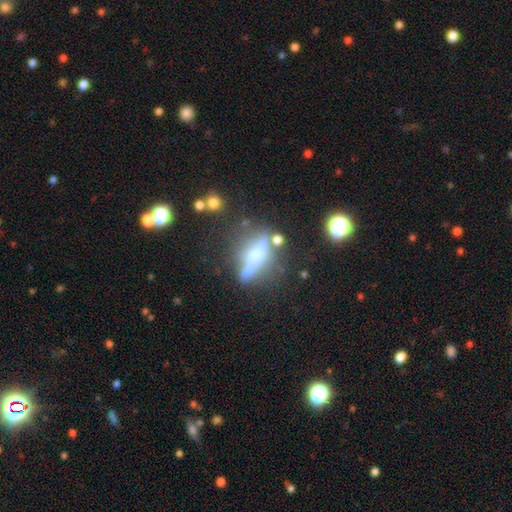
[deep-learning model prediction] This is likely a featured or disk galaxy (66%). It is clearly viewed edge-on (85%). Edge-on bulge: likely rounded (73%). Merging: likely none (67%).